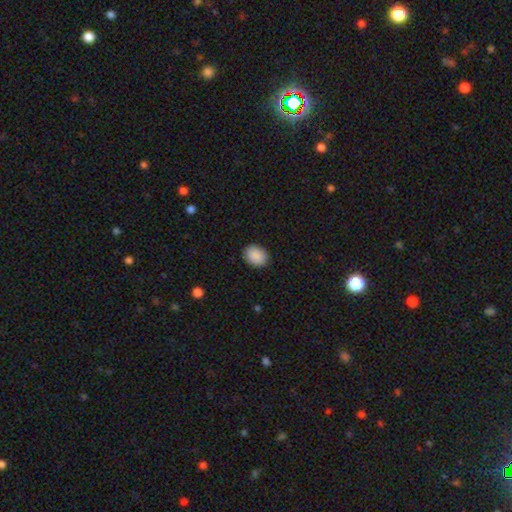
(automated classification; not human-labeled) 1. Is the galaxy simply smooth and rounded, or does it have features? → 90% smooth, 7% star or artifact, 3% featured or disk.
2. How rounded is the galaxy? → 60% in between, 39% round, 1% cigar-shaped.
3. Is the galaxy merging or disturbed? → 89% none, 8% minor disturbance, 2% major disturbance, 1% merger.